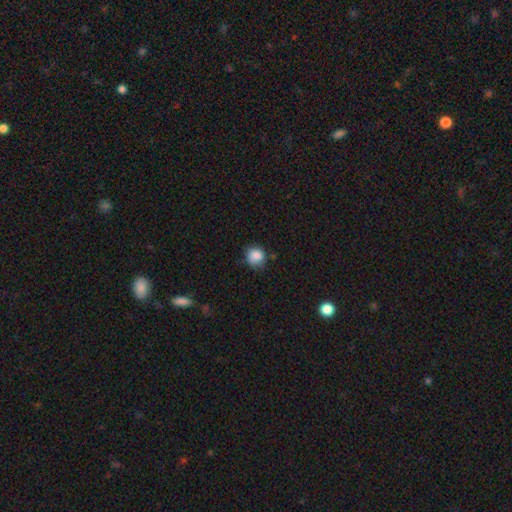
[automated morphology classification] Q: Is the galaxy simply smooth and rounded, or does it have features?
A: smooth — 86%.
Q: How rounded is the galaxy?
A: round — 83%.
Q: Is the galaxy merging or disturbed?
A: none — 71%.